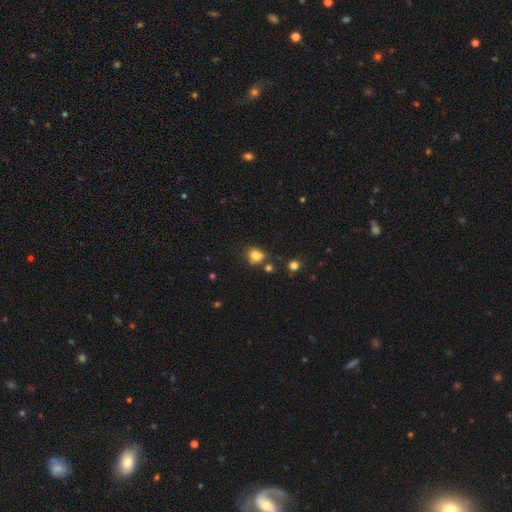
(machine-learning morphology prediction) A smooth galaxy with no disk features (78%) that is round (62%). Merging: none (61%).